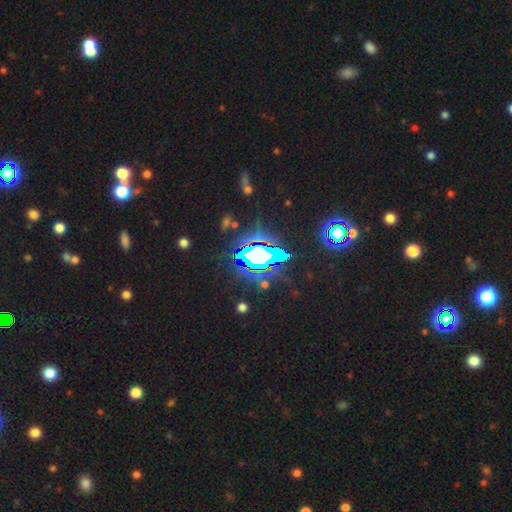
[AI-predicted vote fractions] This appears to be a star or artifact, not a galaxy (76%).